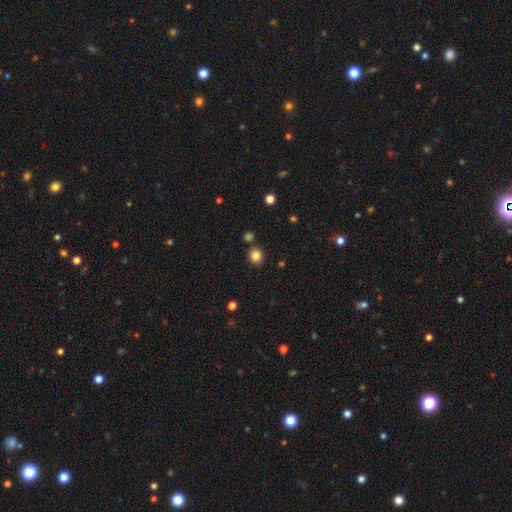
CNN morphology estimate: smooth_or_featured: smooth (p=0.84) [alt: star or artifact p=0.11]
how_rounded: round (p=0.82) [alt: in between p=0.17]
merging: none (p=0.82) [alt: minor disturbance p=0.08]